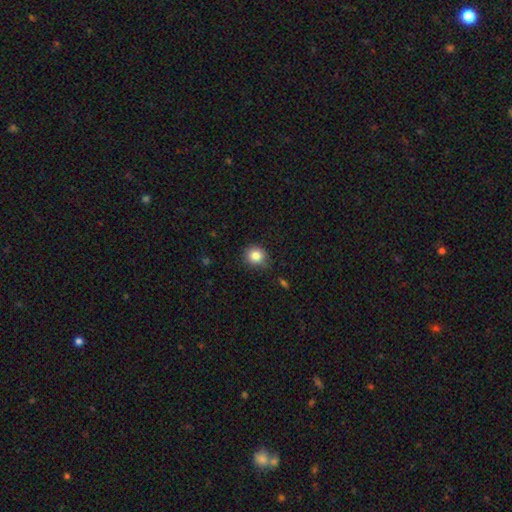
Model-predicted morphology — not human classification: This is clearly a smooth galaxy (83%). How rounded: clearly round (86%). Merging: clearly none (83%).